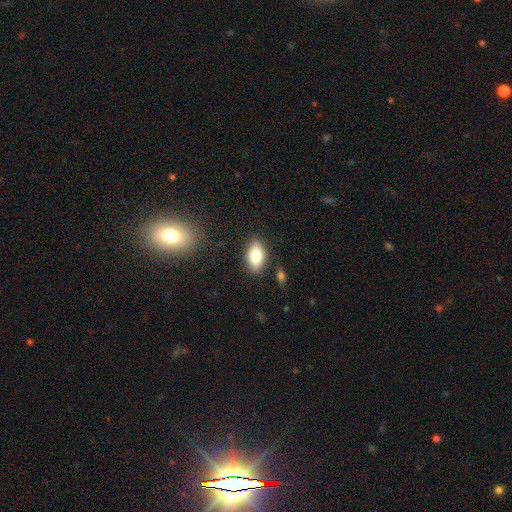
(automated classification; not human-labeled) Smooth or featured? smooth (77%)
How rounded? in between (88%)
Merging? none (84%)